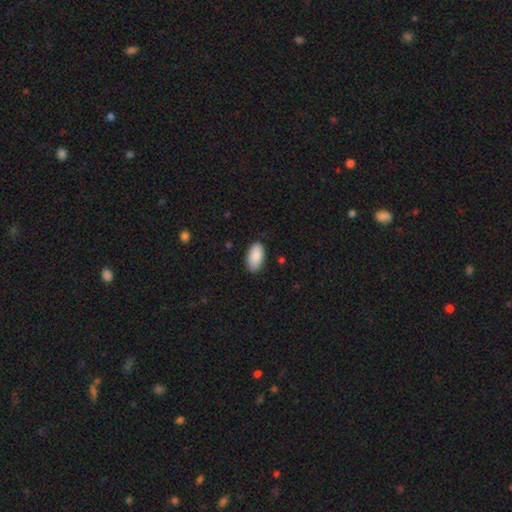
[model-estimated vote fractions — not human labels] A smooth galaxy with no disk features (88%) that is in between round and cigar-shaped (95%).

Vote fractions:
- Smooth or featured? smooth: 88% / star or artifact: 6% / featured or disk: 6%
- How rounded? in between: 95% / round: 3% / cigar-shaped: 2%
- Merging? none: 84% / minor disturbance: 13% / major disturbance: 2% / merger: 1%